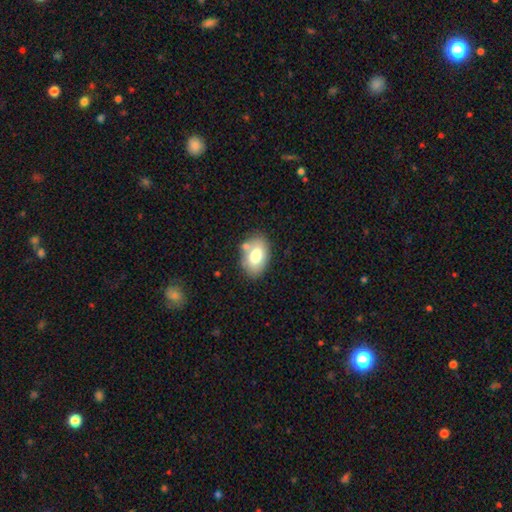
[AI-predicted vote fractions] This appears to be a smooth galaxy with no disk features (75%) that is in between round and cigar-shaped (87%). Merging: none (70%).